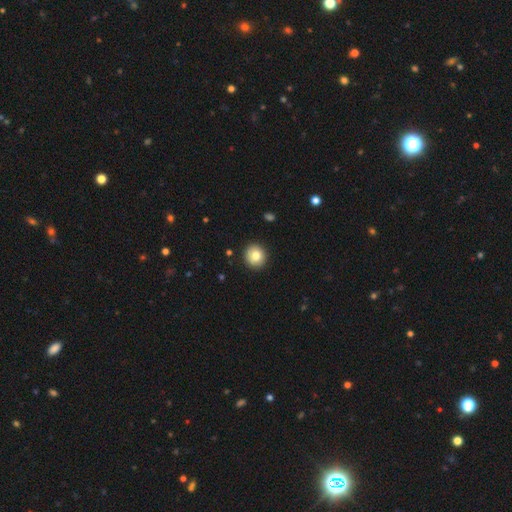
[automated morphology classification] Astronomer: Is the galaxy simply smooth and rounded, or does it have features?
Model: smooth — 80%.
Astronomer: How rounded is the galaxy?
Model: round — 92%.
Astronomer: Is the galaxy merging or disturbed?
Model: none — 92%.